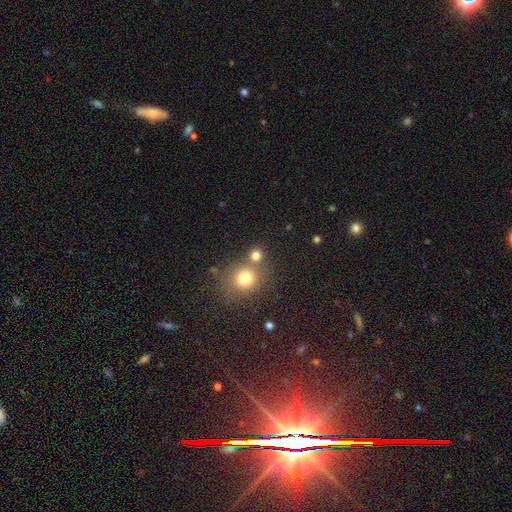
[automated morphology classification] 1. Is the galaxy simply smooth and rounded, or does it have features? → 71% smooth, 20% star or artifact, 9% featured or disk.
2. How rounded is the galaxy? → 84% round, 15% in between, 1% cigar-shaped.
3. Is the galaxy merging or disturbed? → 65% none, 23% merger, 9% minor disturbance, 4% major disturbance.